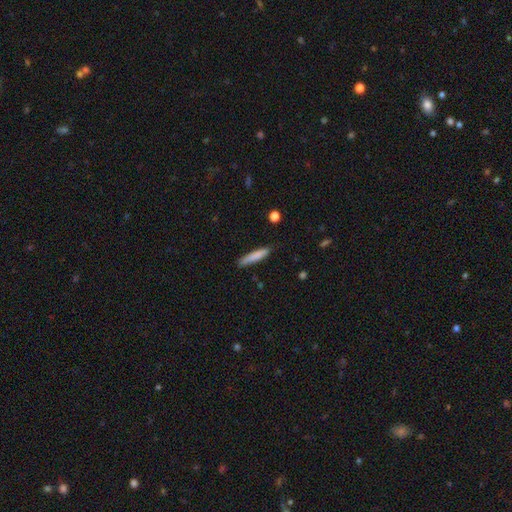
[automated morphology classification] Overall: smooth (81%). How rounded: cigar-shaped (89%). Merging: none (81%).